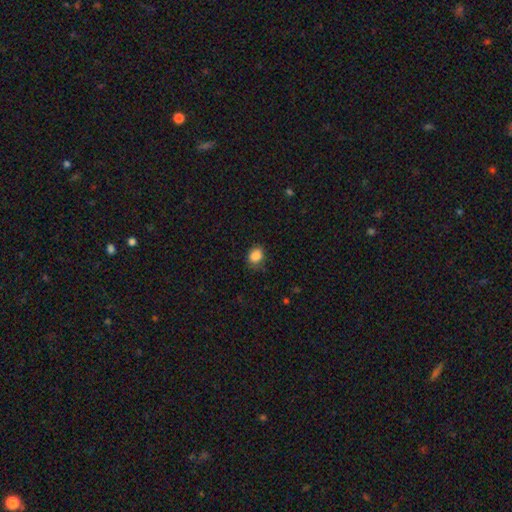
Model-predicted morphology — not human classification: Smooth or featured? Predicted: smooth (p=0.87). How rounded? Predicted: round (p=0.54). Merging? Predicted: none (p=0.77).